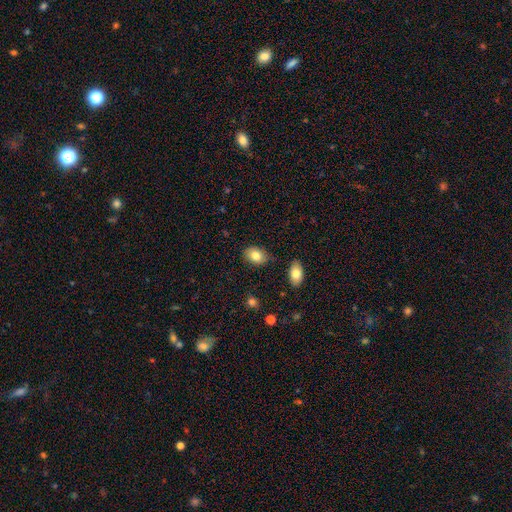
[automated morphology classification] The model was most divided on "merging": none: 79%, minor disturbance: 15%, merger: 3%, major disturbance: 3%. More confident: how rounded — in between (82%); smooth or featured — smooth (82%).